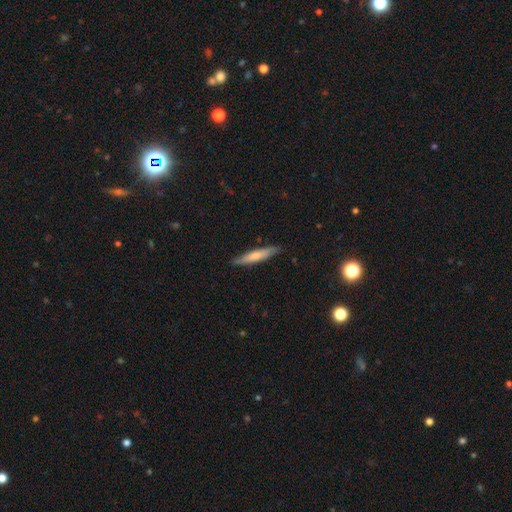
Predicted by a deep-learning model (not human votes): A smooth galaxy with no disk features (67%) that is cigar-shaped (89%).

Vote fractions:
- Smooth or featured? smooth: 67% / featured or disk: 28% / star or artifact: 5%
- How rounded? cigar-shaped: 89% / in between: 10% / round: 1%
- Merging? none: 85% / minor disturbance: 12% / major disturbance: 2% / merger: 1%